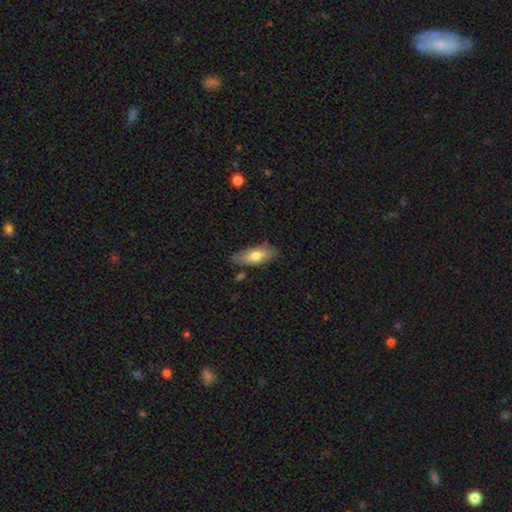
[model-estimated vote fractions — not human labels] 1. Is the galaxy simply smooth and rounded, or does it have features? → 68% smooth, 26% featured or disk, 6% star or artifact.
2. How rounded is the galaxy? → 80% in between, 17% cigar-shaped, 3% round.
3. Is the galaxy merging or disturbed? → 74% none, 18% minor disturbance, 4% merger, 4% major disturbance.